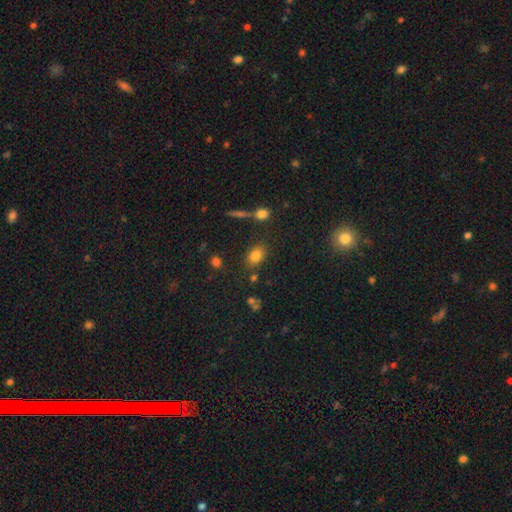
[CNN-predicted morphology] A smooth galaxy with no disk features (79%) that is in between round and cigar-shaped (78%).

Vote fractions:
- Smooth or featured? smooth: 79% / star or artifact: 12% / featured or disk: 9%
- How rounded? in between: 78% / round: 20% / cigar-shaped: 2%
- Merging? none: 77% / minor disturbance: 12% / merger: 6% / major disturbance: 4%